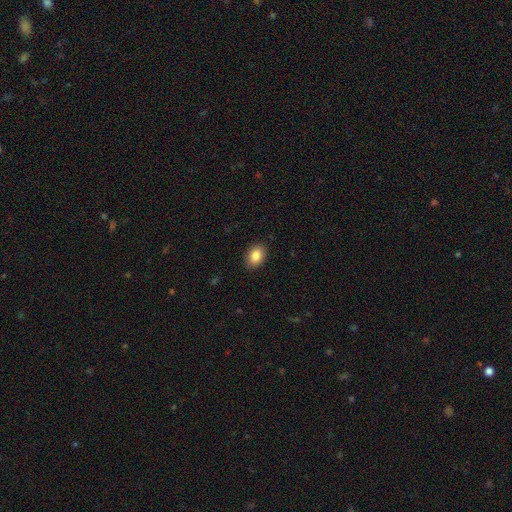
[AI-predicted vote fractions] smooth 86%, star or artifact 8%, featured or disk 6%. Down the decision tree: how rounded — in between (79%); merging — none (88%).